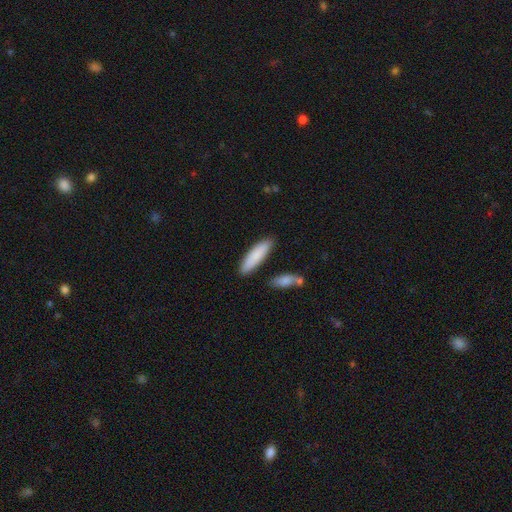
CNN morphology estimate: smooth 84%, featured or disk 10%, star or artifact 6%. Down the decision tree: how rounded — cigar-shaped (64%); merging — none (85%).